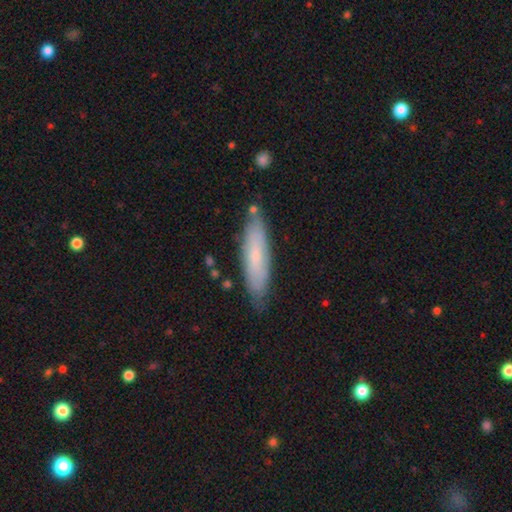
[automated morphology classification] Smooth or featured? Predicted: smooth (p=0.62). How rounded? Predicted: cigar-shaped (p=0.71). Merging? Predicted: none (p=0.80).